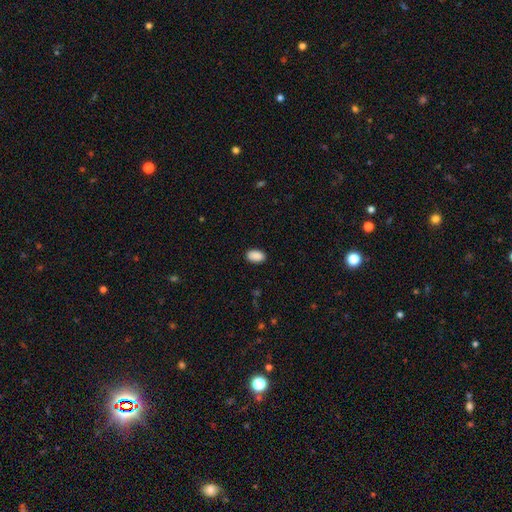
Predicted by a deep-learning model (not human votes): Morphology: type=smooth (90%); roundness=in between (93%); merging=none (88%).